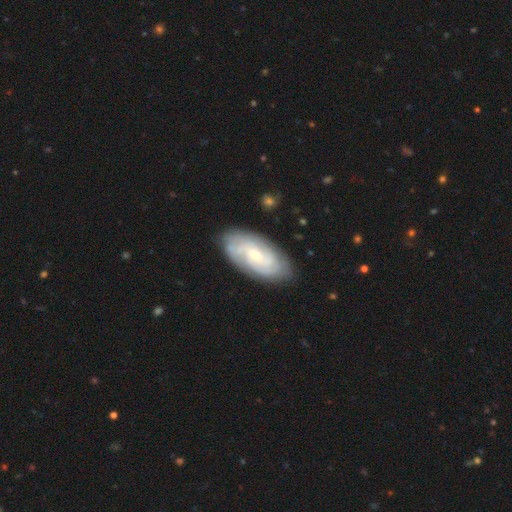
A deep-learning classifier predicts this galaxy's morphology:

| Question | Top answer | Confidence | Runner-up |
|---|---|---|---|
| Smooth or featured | featured or disk | 73% | smooth (21%) |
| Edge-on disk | no | 94% | yes (6%) |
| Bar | no | 54% | weak (38%) |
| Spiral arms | yes | 93% | no (7%) |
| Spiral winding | tight | 64% | medium (28%) |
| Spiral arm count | can't tell | 43% | 2 (20%) |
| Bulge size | small | 63% | moderate (31%) |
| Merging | none | 82% | minor disturbance (14%) |